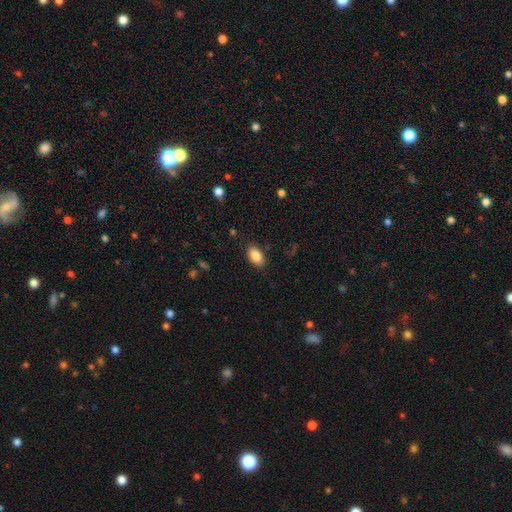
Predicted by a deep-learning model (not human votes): Smooth or featured? Predicted: smooth (p=0.87). How rounded? Predicted: in between (p=0.92). Merging? Predicted: none (p=0.86).